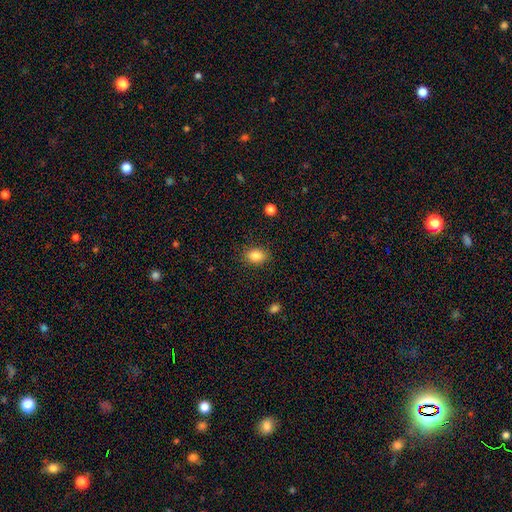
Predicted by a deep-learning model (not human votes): Morphology: type=smooth (85%); roundness=in between (67%); merging=none (86%).